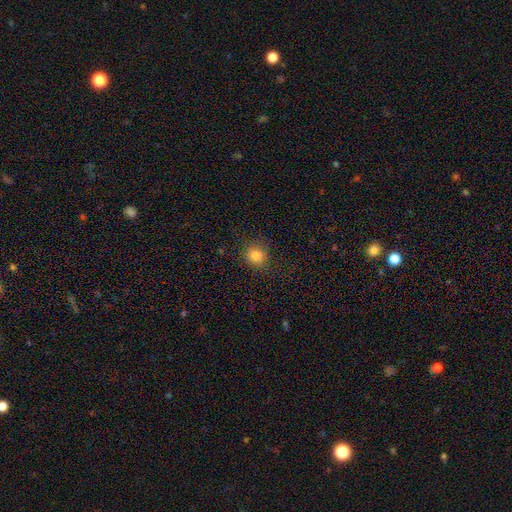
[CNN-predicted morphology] A smooth galaxy with no disk features (82%) that is round (84%). Merging: none (84%).